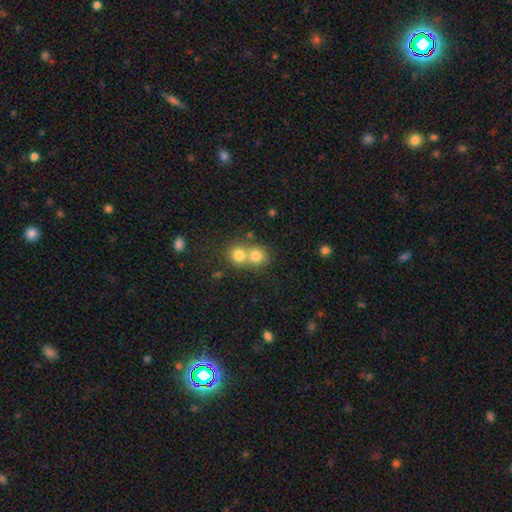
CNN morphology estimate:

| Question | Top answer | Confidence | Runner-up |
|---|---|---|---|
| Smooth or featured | smooth | 77% | star or artifact (12%) |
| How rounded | round | 82% | in between (17%) |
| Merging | merger | 57% | none (35%) |